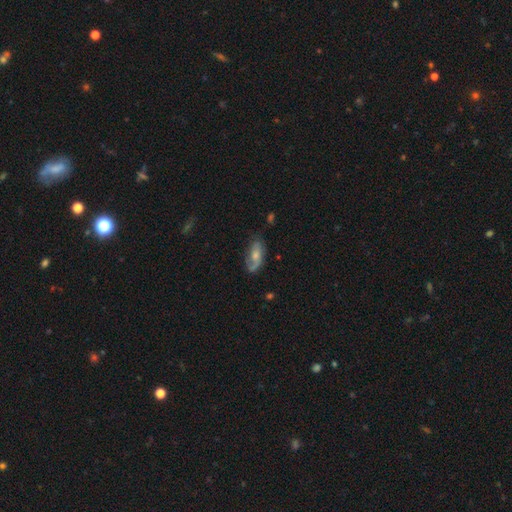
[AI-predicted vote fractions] Smooth or featured?
  - featured or disk: 58% *
  - smooth: 35%
  - star or artifact: 7%
Edge-on disk?
  - no: 92% *
  - yes: 8%
Bar?
  - no: 65% *
  - weak: 29%
  - strong: 6%
Spiral arms?
  - yes: 84% *
  - no: 16%
Bulge size?
  - moderate: 45% *
  - small: 42%
  - none: 6%
  - large: 5%
  - dominant: 1%
Merging?
  - none: 58% *
  - minor disturbance: 25%
  - major disturbance: 14%
  - merger: 2%